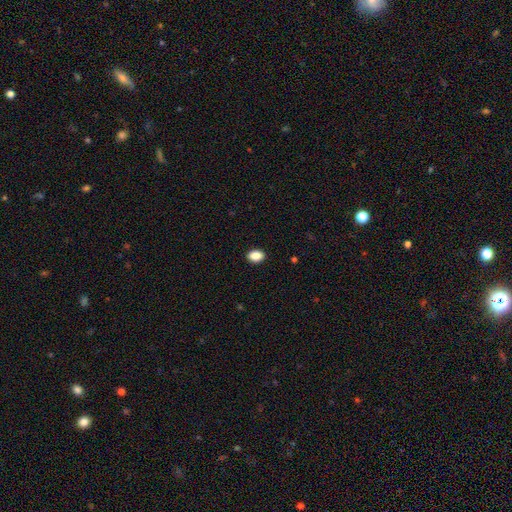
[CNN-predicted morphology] Smooth or featured: smooth — 89% (star or artifact — 8%)
How rounded: in between — 78% (round — 21%)
Merging: none — 91% (minor disturbance — 6%)